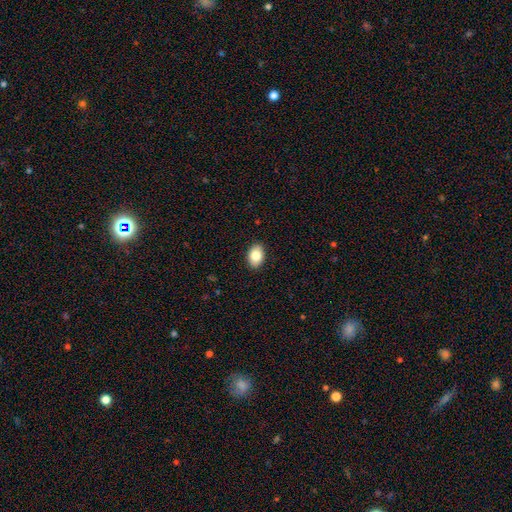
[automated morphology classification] A smooth galaxy with no disk features (84%) that is in between round and cigar-shaped (84%).

Vote fractions:
- Smooth or featured? smooth: 84% / featured or disk: 8% / star or artifact: 7%
- How rounded? in between: 84% / round: 15% / cigar-shaped: 1%
- Merging? none: 90% / minor disturbance: 8% / major disturbance: 2% / merger: 1%